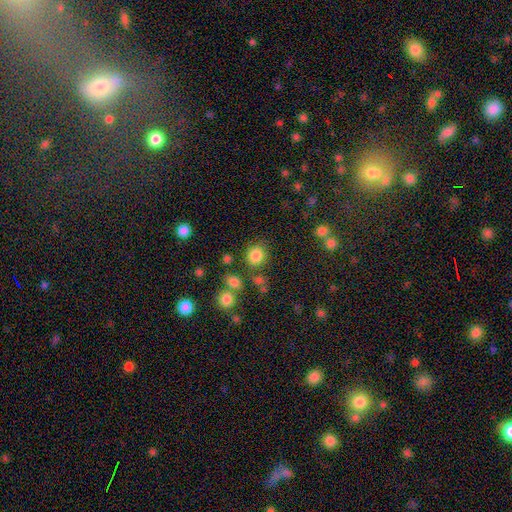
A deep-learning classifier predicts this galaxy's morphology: A smooth galaxy with no disk features (83%) that is round (83%). Merging: none (78%).